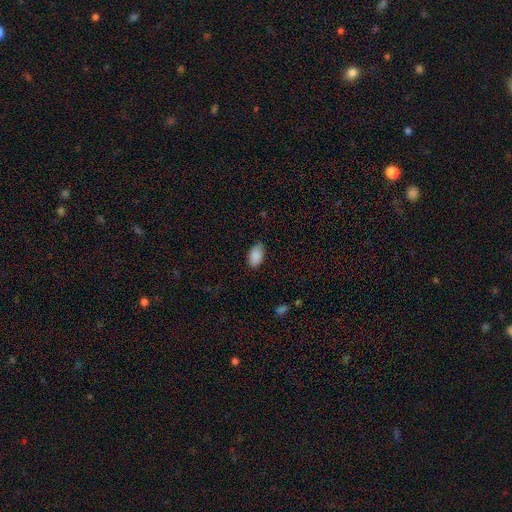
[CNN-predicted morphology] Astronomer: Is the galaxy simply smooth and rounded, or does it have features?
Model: smooth — 89%.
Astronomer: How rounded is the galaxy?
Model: in between — 92%.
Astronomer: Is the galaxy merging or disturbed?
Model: none — 77%.